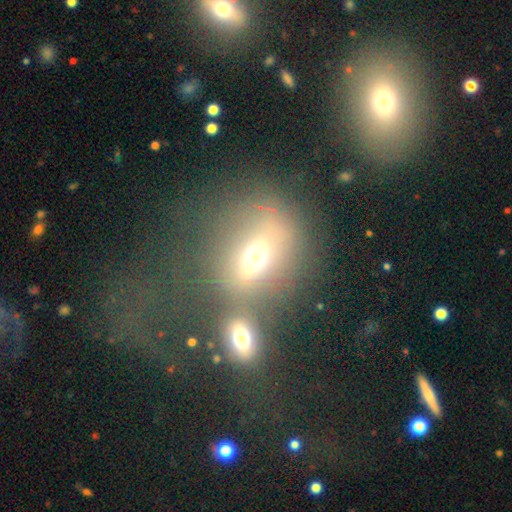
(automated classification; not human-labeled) Q: Smooth or featured?
A: smooth (55%); runner-up: featured or disk (29%)
Q: How rounded?
A: in between (58%); runner-up: round (38%)
Q: Merging?
A: merger (38%); runner-up: none (36%)